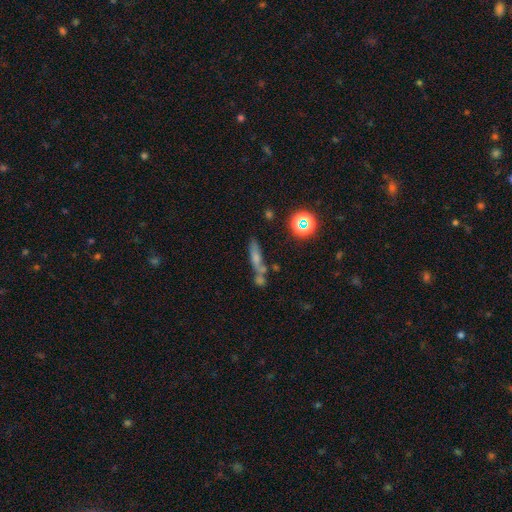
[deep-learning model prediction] Morphology: type=smooth (47%); merging=none (57%).